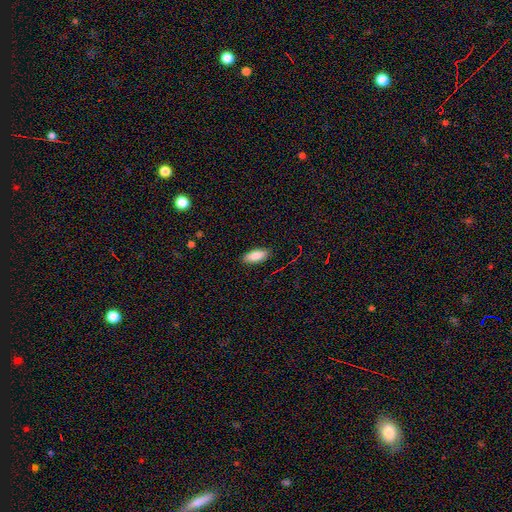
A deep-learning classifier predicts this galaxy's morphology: Overall: smooth (86%). How rounded: in between (82%). Merging: none (88%).